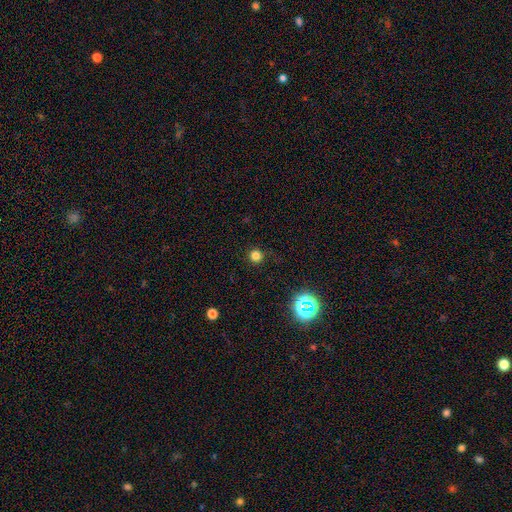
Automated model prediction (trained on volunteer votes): Morphology: type=smooth (78%); roundness=round (95%); merging=none (89%).